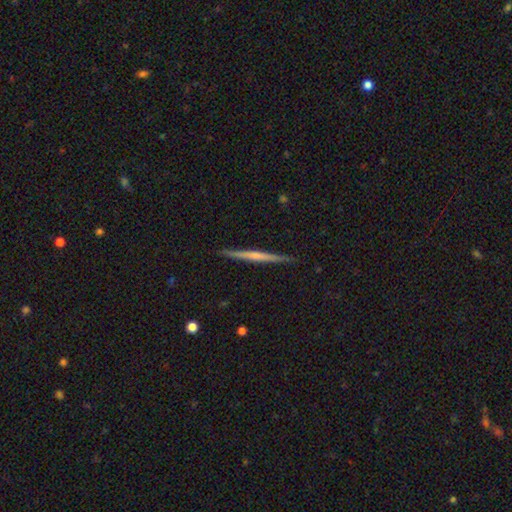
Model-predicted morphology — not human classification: This appears to be a featured or disk galaxy (61%) viewed edge-on (98%) with no central bulge (59%). Merging: none (91%).